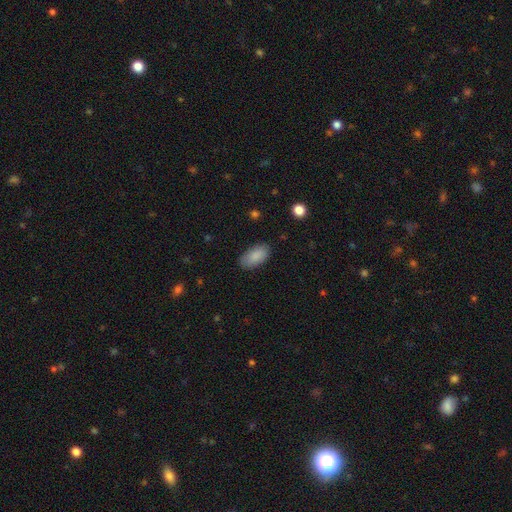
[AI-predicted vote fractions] Overall: smooth (88%). How rounded: in between (94%). Merging: none (84%).